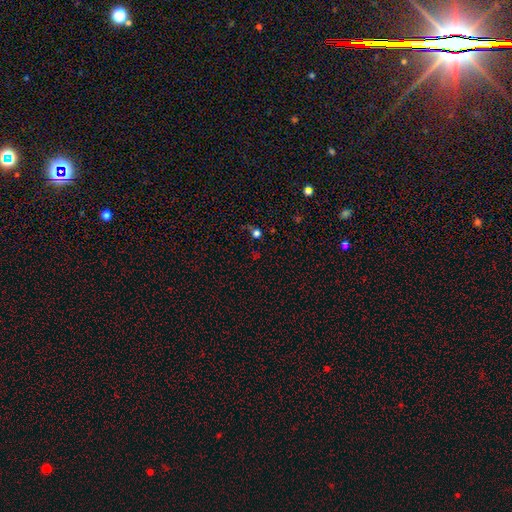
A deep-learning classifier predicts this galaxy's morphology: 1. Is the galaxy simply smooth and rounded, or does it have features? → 57% star or artifact, 35% smooth, 8% featured or disk.